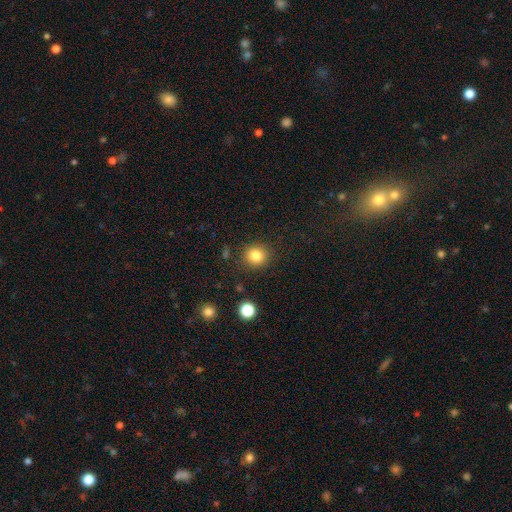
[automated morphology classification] Smooth or featured?
  - smooth: 83% *
  - star or artifact: 11%
  - featured or disk: 6%
How rounded?
  - round: 88% *
  - in between: 11%
  - cigar-shaped: 1%
Merging?
  - none: 88% *
  - minor disturbance: 7%
  - major disturbance: 3%
  - merger: 2%